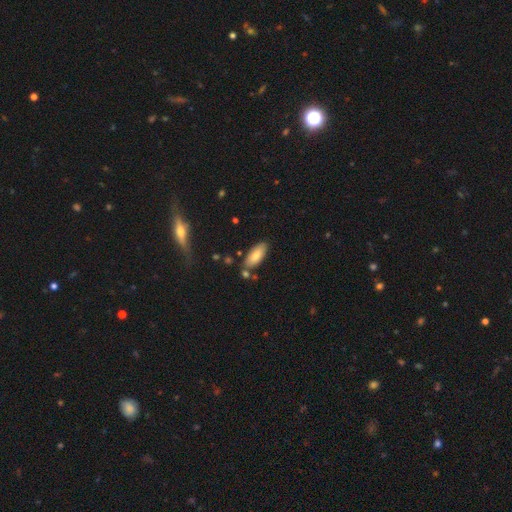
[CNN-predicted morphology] smooth-or-featured: smooth: 81% | featured or disk: 13% | star or artifact: 6%
  how-rounded: in between: 83% | cigar-shaped: 16% | round: 2%
  merging: none: 75% | minor disturbance: 14% | merger: 8% | major disturbance: 3%